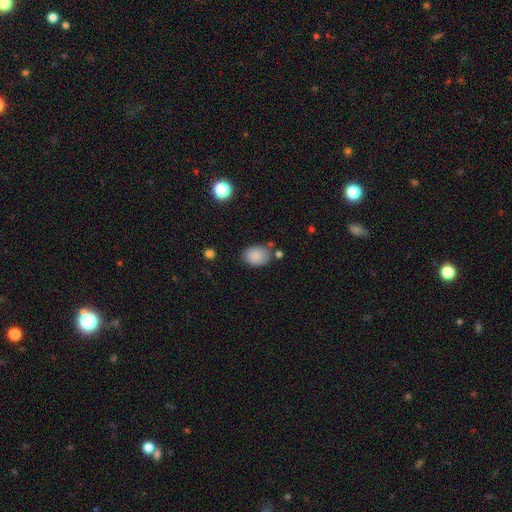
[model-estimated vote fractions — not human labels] This appears to be a smooth galaxy with no disk features (86%) that is in between round and cigar-shaped (73%). Merging: none (72%).